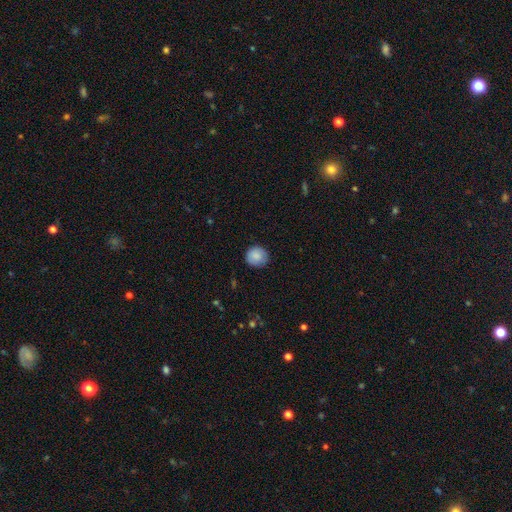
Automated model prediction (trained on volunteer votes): Smooth or featured: smooth — 86% (star or artifact — 7%)
How rounded: round — 90% (in between — 9%)
Merging: none — 86% (minor disturbance — 11%)